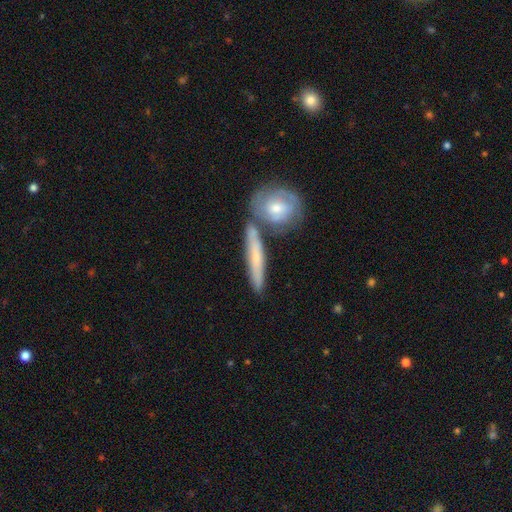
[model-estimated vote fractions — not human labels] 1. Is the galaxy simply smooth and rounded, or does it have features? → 48% smooth, 45% featured or disk, 6% star or artifact.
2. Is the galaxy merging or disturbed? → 64% none, 22% merger, 11% minor disturbance, 3% major disturbance.